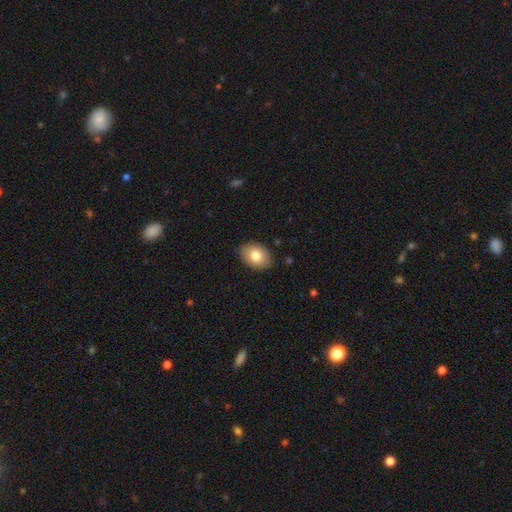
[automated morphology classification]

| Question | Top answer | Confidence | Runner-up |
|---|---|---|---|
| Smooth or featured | smooth | 80% | featured or disk (13%) |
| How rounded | in between | 78% | round (21%) |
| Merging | none | 87% | minor disturbance (10%) |